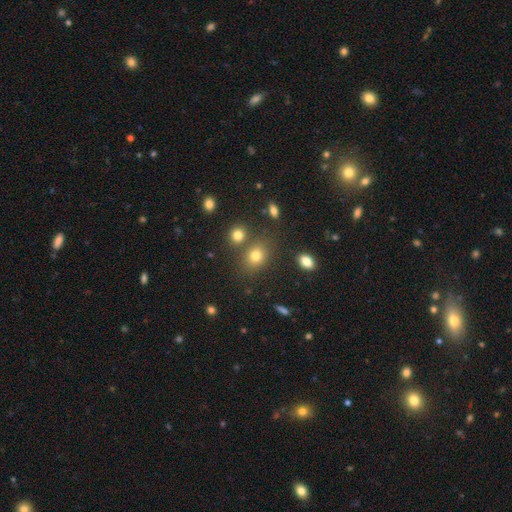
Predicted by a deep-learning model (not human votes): Morphology: type=smooth (75%); roundness=round (53%); merging=none (72%).